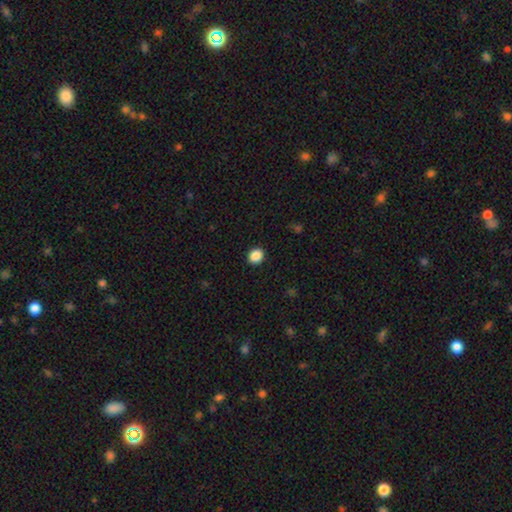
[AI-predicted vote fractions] This is clearly a smooth galaxy (88%). How rounded: likely round (75%). Merging: clearly none (91%).